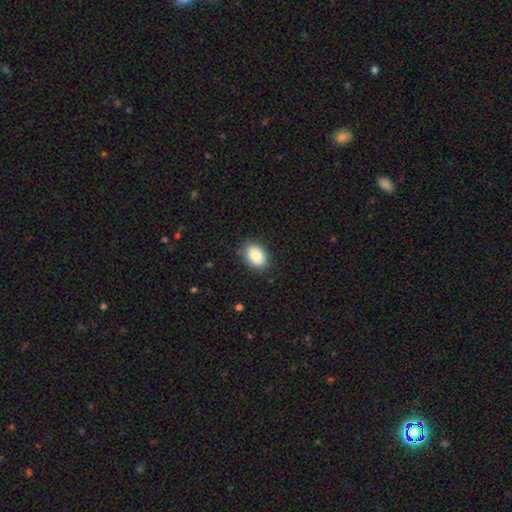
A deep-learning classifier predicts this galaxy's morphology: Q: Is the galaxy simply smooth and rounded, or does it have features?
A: smooth — 85%.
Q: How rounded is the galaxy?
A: in between — 81%.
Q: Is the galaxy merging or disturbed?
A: none — 84%.